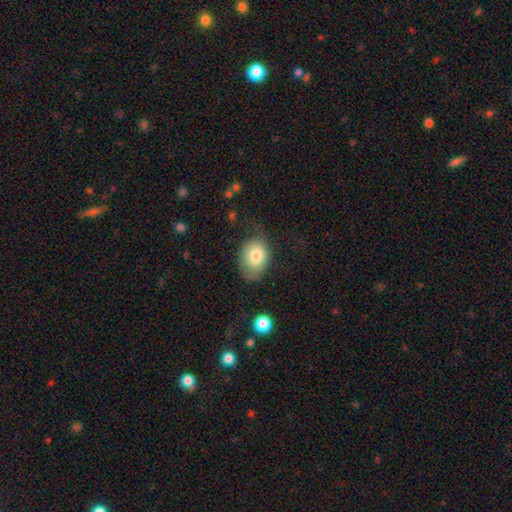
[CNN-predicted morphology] A smooth galaxy with no disk features (78%) that is in between round and cigar-shaped (68%).

Vote fractions:
- Smooth or featured? smooth: 78% / featured or disk: 14% / star or artifact: 8%
- How rounded? in between: 68% / round: 31% / cigar-shaped: 1%
- Merging? none: 55% / minor disturbance: 30% / major disturbance: 13% / merger: 2%